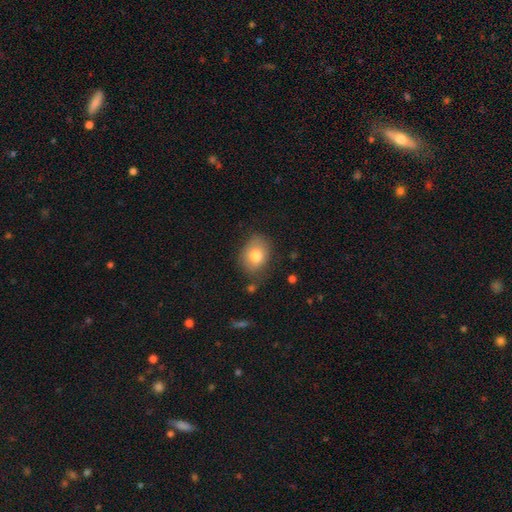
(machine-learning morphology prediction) Overall: smooth (79%). How rounded: in between (64%; round 35%). Merging: none (68%).